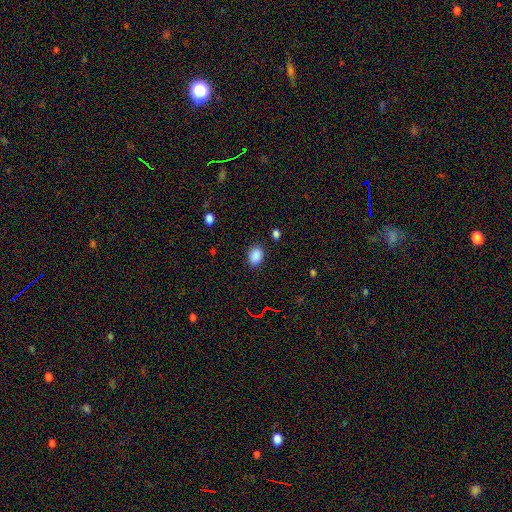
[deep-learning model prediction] smooth 87%, star or artifact 10%, featured or disk 3%. Down the decision tree: how rounded — in between (67%); merging — none (85%).